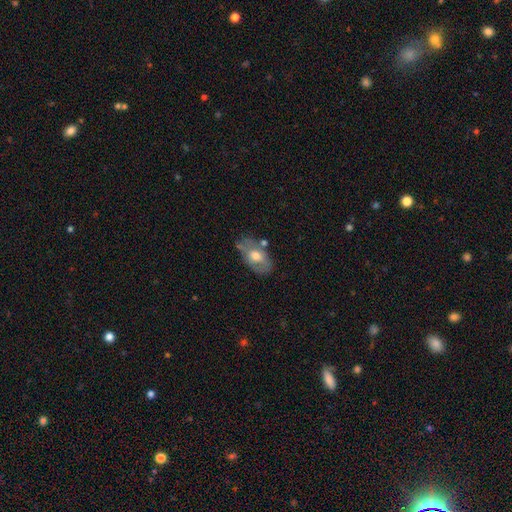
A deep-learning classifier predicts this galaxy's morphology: This appears to be a smooth galaxy with no disk features (47%). Merging: none (61%).